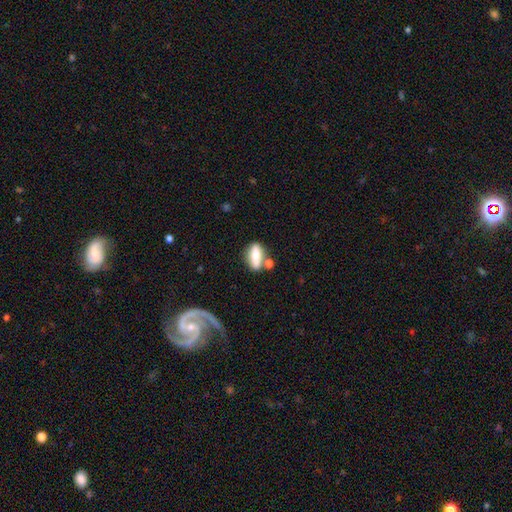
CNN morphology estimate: smooth-or-featured: smooth: 67% | featured or disk: 25% | star or artifact: 8%
  how-rounded: in between: 63% | cigar-shaped: 30% | round: 6%
  merging: none: 61% | merger: 18% | minor disturbance: 15% | major disturbance: 6%